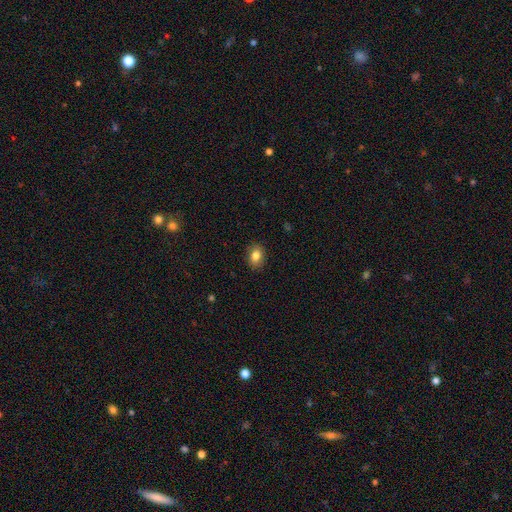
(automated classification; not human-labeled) The model was most divided on "how rounded": in between: 71%, round: 27%, cigar-shaped: 1%. More confident: merging — none (87%); smooth or featured — smooth (84%).